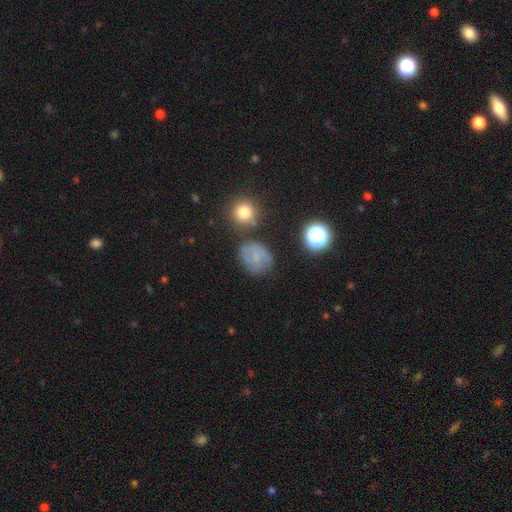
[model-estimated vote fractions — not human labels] smooth_or_featured: smooth (p=0.53) [alt: featured or disk p=0.32]
how_rounded: round (p=0.62) [alt: in between p=0.37]
merging: none (p=0.63) [alt: minor disturbance p=0.22]